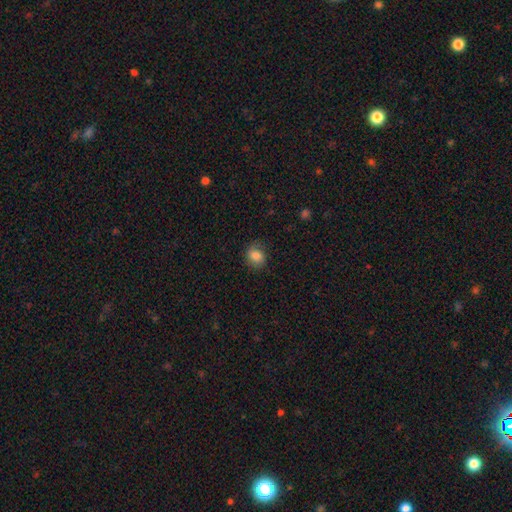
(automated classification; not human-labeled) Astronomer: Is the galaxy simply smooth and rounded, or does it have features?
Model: smooth — 81%.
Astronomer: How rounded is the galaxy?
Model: round — 65%.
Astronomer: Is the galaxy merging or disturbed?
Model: none — 77%.